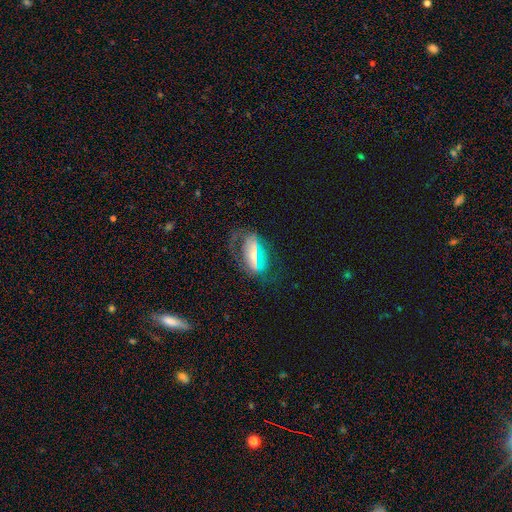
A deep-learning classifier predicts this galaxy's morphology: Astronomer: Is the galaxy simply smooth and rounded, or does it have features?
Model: featured or disk — 54% (runner-up: smooth, 34%).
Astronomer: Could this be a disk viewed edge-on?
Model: no — 71%.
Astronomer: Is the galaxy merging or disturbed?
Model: none — 56%.